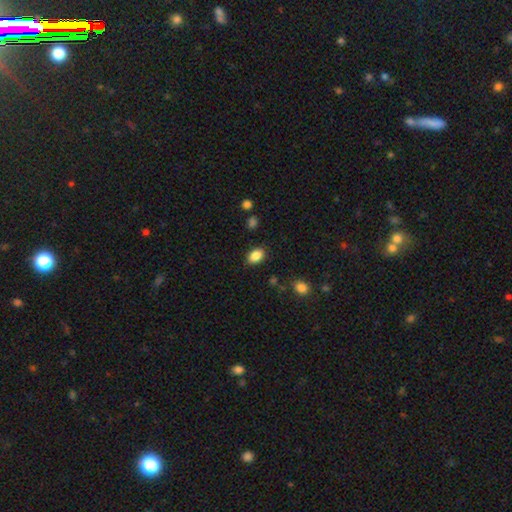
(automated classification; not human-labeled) smooth 87%, star or artifact 8%, featured or disk 5%. Down the decision tree: how rounded — in between (84%); merging — none (85%).